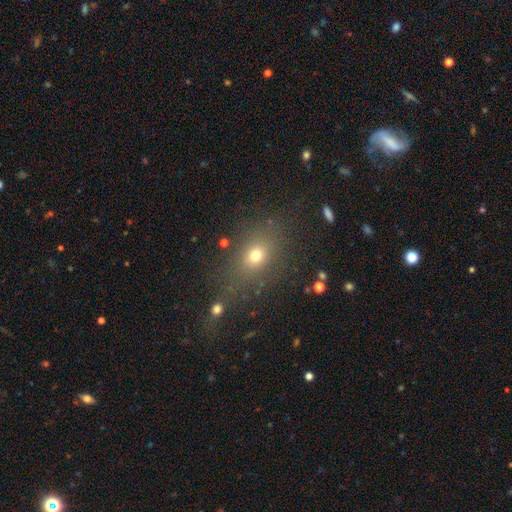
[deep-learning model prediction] smooth 69%, star or artifact 20%, featured or disk 12%. Down the decision tree: how rounded — in between (50%); merging — none (70%).